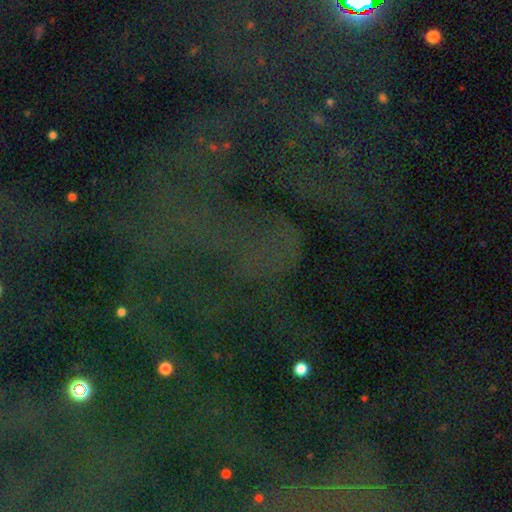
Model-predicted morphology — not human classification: Q: Smooth or featured?
A: star or artifact (74%); runner-up: smooth (13%)